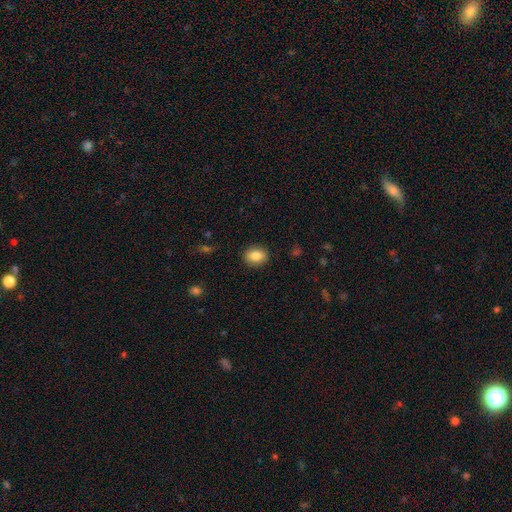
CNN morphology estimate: Q: Smooth or featured?
A: smooth (84%); runner-up: star or artifact (8%)
Q: How rounded?
A: in between (57%); runner-up: round (41%)
Q: Merging?
A: none (88%); runner-up: minor disturbance (8%)